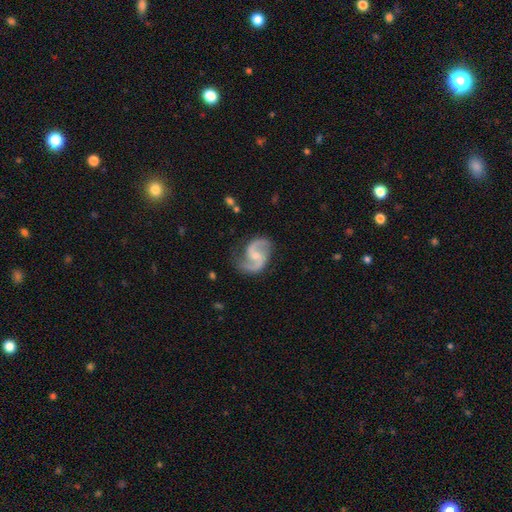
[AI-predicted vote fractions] Morphology: type=featured or disk (92%); edge-on=no (98%); bar=weak (46%); spiral arms=yes (98%); winding=medium (54%); arm count=2 (94%); bulge=small (58%); merging=none (80%).